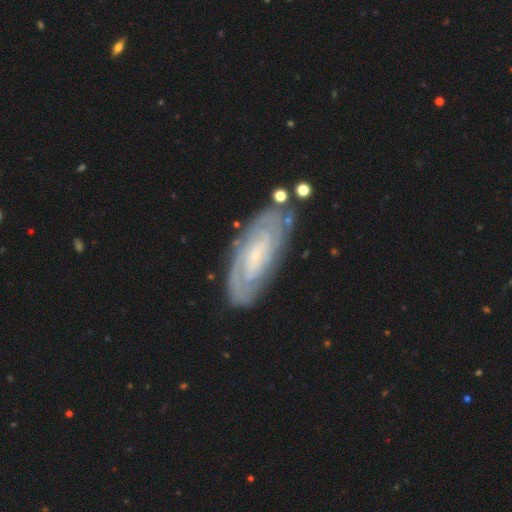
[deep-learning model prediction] Smooth or featured? Predicted: featured or disk (p=0.79). Edge-on disk? Predicted: no (p=0.91). Bar? Predicted: no (p=0.58). Spiral arms? Predicted: yes (p=0.92). Spiral winding? Predicted: tight (p=0.73). Spiral arm count? Predicted: can't tell (p=0.45). Bulge size? Predicted: small (p=0.75). Merging? Predicted: none (p=0.78).